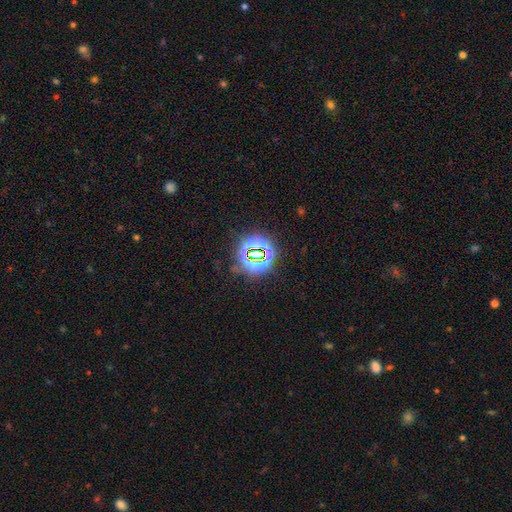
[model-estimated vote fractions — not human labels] Smooth or featured: star or artifact — 75% (smooth — 17%)